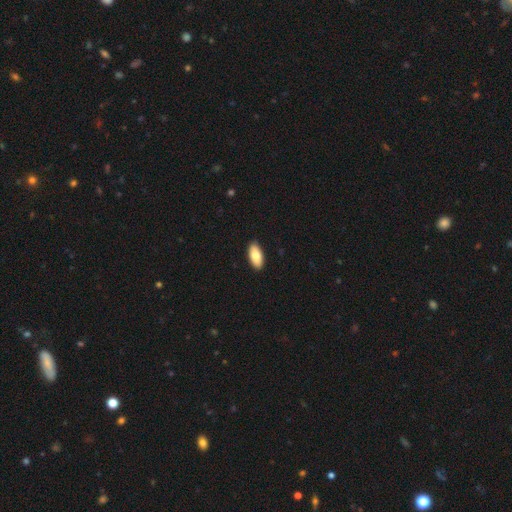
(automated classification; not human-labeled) This appears to be a smooth galaxy with no disk features (82%) that is in between round and cigar-shaped (92%). Merging: none (91%).